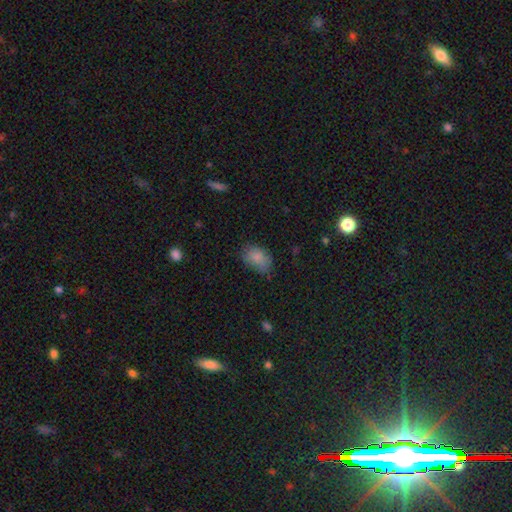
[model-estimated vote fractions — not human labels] Smooth or featured?
  - smooth: 81% *
  - star or artifact: 11%
  - featured or disk: 8%
How rounded?
  - in between: 84% *
  - round: 15%
  - cigar-shaped: 1%
Merging?
  - none: 68% *
  - minor disturbance: 25%
  - major disturbance: 5%
  - merger: 2%